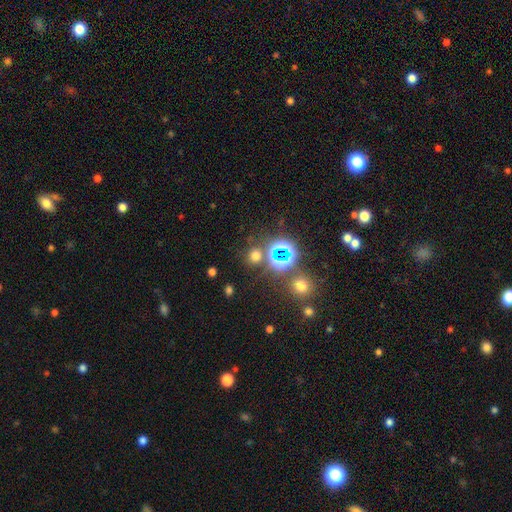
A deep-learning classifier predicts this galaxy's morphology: Smooth or featured: smooth — 54% (star or artifact — 39%)
How rounded: round — 81% (in between — 17%)
Merging: none — 78% (minor disturbance — 9%)